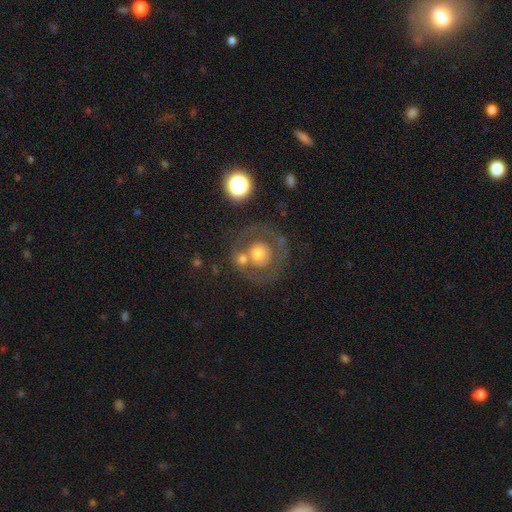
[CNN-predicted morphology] smooth_or_featured: featured or disk (p=0.58) [alt: smooth p=0.31]
disk_edge_on: no (p=0.96) [alt: yes p=0.04]
bar: no (p=0.88) [alt: weak p=0.09]
has_spiral_arms: no (p=0.66) [alt: yes p=0.34]
bulge_size: moderate (p=0.61) [alt: small p=0.18]
merging: none (p=0.62) [alt: merger p=0.15]